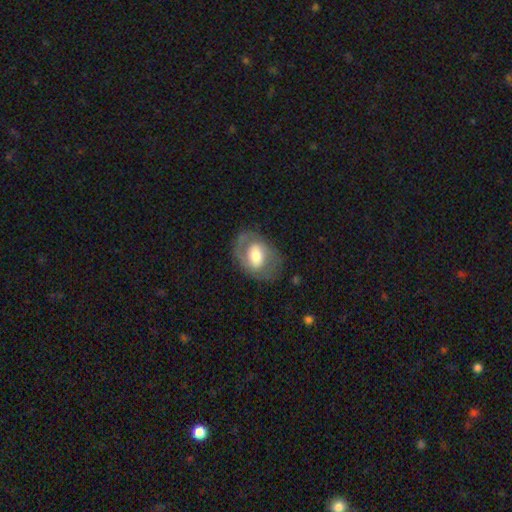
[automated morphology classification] This is possibly a featured or disk galaxy (57%). It is clearly not viewed edge-on (95%). Bar: marginally no (43%). Spiral arm pattern: likely yes (62%). Central bulge: possibly moderate (51%). Merging: likely none (69%).